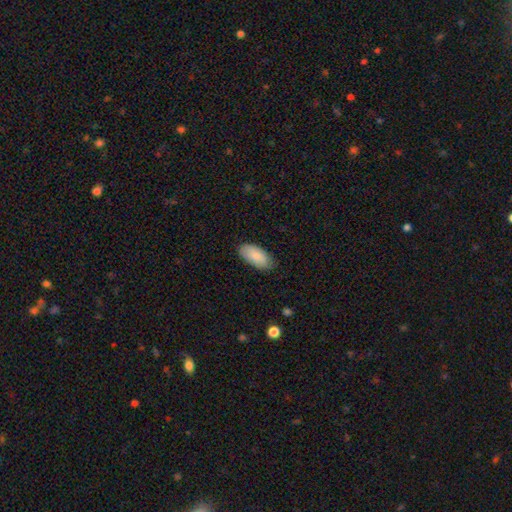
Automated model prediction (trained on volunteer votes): Morphology: type=smooth (85%); roundness=in between (93%); merging=none (80%).